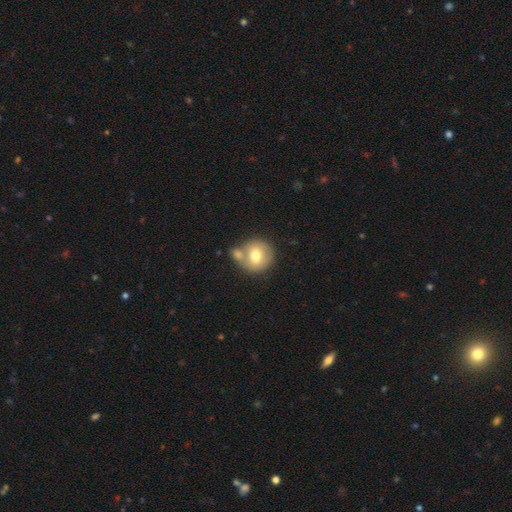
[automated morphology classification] Smooth or featured? Predicted: smooth (p=0.70). How rounded? Predicted: round (p=0.89). Merging? Predicted: none (p=0.48).